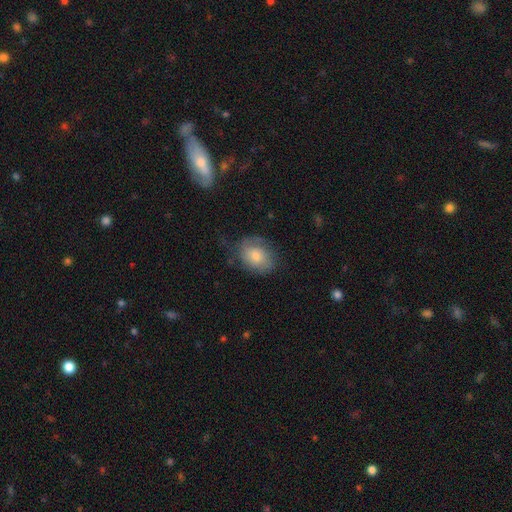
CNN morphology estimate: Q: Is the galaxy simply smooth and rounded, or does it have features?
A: smooth — 68%.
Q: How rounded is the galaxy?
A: in between — 63%.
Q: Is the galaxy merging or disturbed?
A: none — 57%.